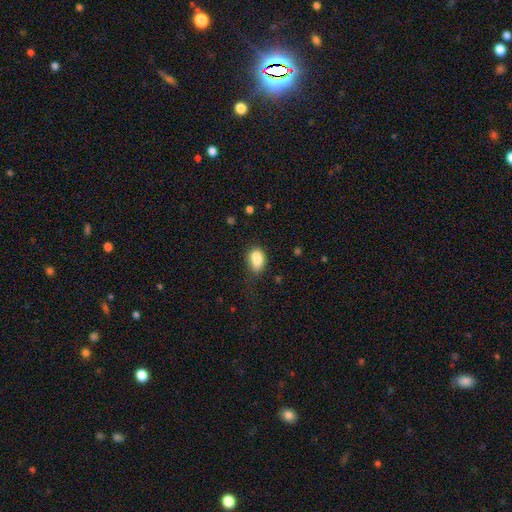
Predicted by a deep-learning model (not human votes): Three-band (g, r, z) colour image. It shows a smooth galaxy with no disk features (83%) that is in between round and cigar-shaped (81%). Merging: none (50%).